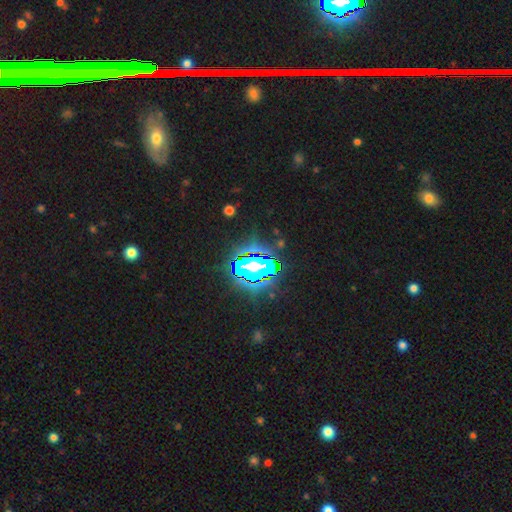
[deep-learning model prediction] A star or artifact, not a galaxy (77%).

Vote fractions:
- Smooth or featured? star or artifact: 77% / smooth: 13% / featured or disk: 11%